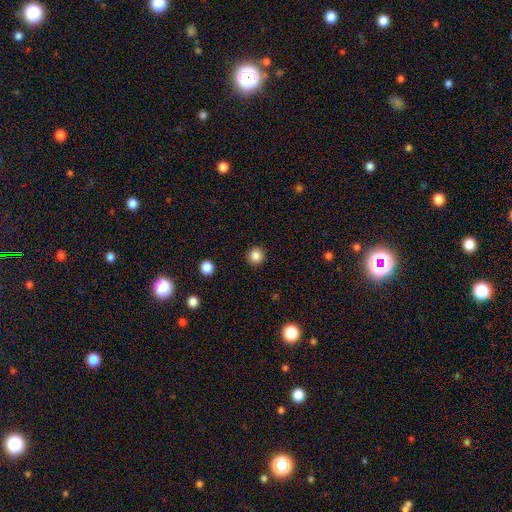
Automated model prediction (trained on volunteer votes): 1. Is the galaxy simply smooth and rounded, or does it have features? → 85% smooth, 12% star or artifact, 4% featured or disk.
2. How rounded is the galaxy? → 95% round, 4% in between, 1% cigar-shaped.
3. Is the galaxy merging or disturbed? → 93% none, 5% minor disturbance, 2% major disturbance, 1% merger.